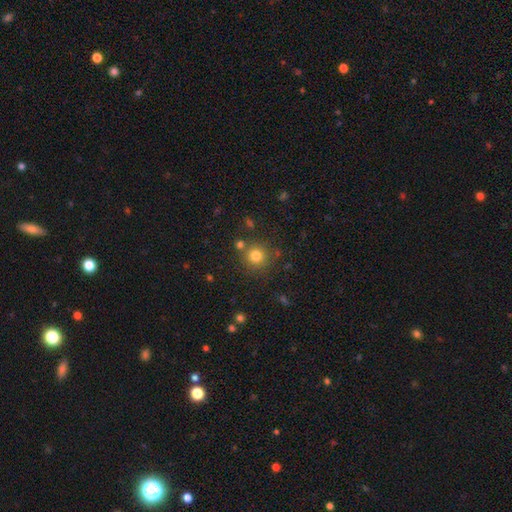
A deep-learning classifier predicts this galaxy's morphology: Overall: smooth (79%). How rounded: round (94%). Merging: none (80%).